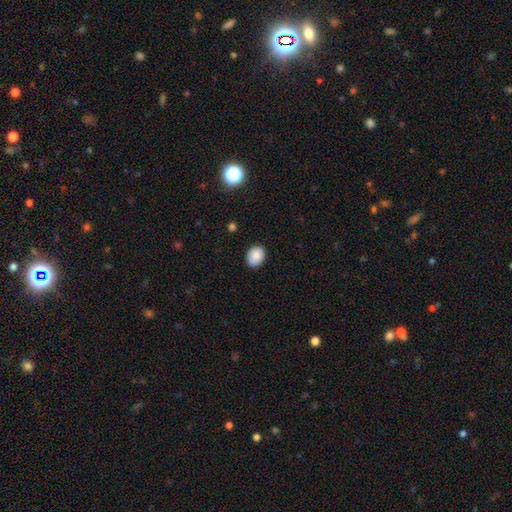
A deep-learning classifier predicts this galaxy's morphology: Smooth or featured? Predicted: smooth (p=0.88). How rounded? Predicted: in between (p=0.62). Merging? Predicted: none (p=0.87).